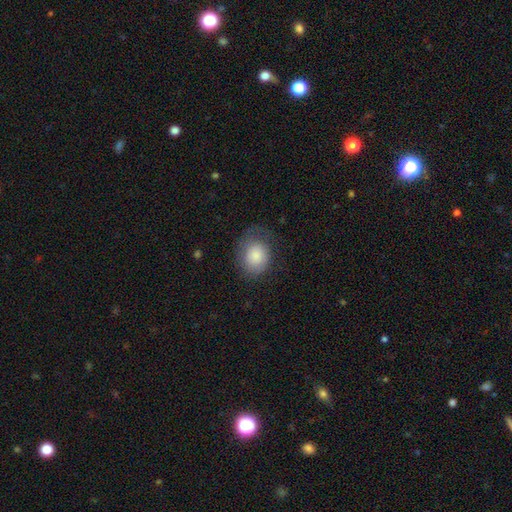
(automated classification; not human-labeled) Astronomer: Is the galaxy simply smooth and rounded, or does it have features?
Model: smooth — 81%.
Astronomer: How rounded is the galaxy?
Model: round — 57% (runner-up: in between, 42%).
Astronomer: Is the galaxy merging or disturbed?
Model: none — 58%.